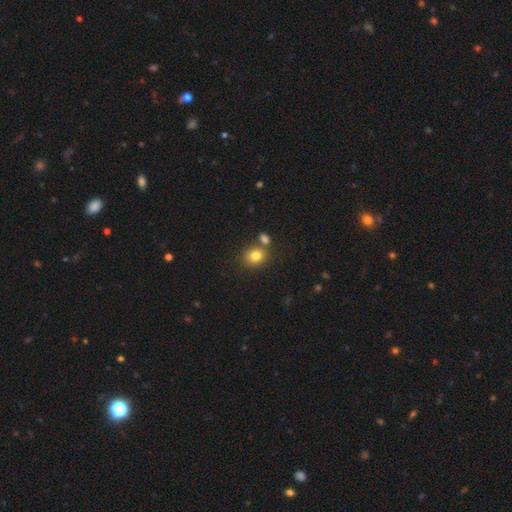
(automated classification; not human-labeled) This is clearly a smooth galaxy (81%). How rounded: likely round (68%). Merging: likely none (65%).